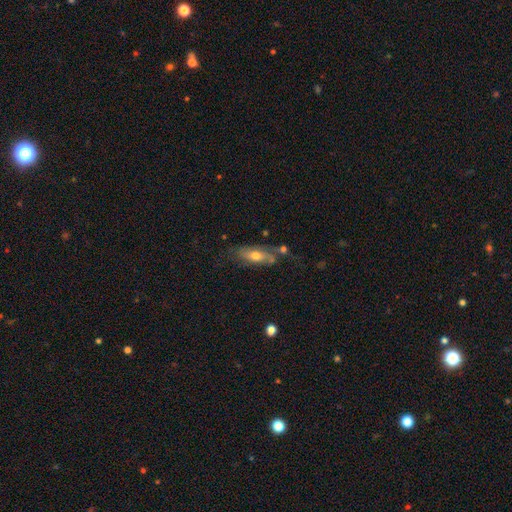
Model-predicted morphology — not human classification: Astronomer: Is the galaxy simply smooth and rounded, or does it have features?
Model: featured or disk — 49% (runner-up: smooth, 43%).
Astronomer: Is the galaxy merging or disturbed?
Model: none — 54%.